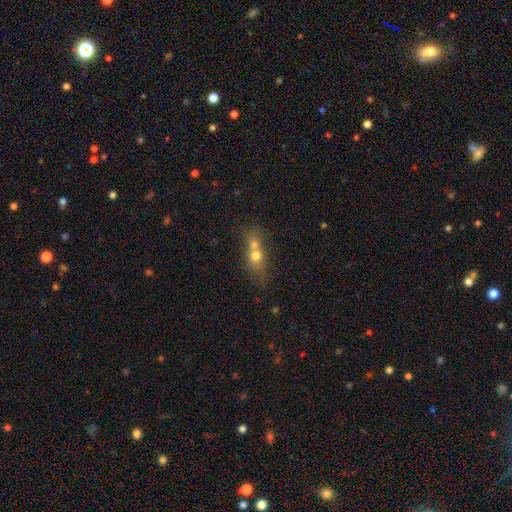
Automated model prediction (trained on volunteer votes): Morphology: type=smooth (64%); roundness=round (47%); merging=merger (68%).